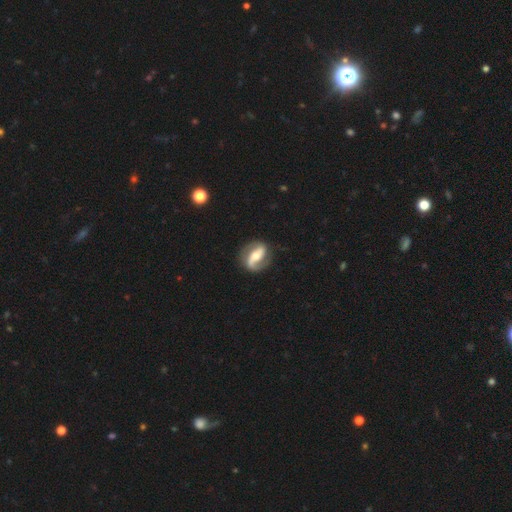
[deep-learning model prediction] This is clearly a featured or disk galaxy (85%). It is clearly not viewed edge-on (97%). Bar: possibly strong (45%). Spiral arm pattern: clearly yes (94%). Spiral arm count: clearly 2 (85%). Spiral winding: marginally medium (43%). Central bulge: likely moderate (63%). Merging: likely none (79%).